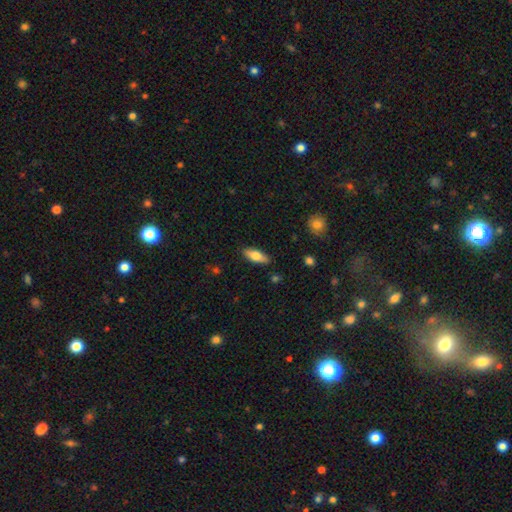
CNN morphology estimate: A smooth galaxy with no disk features (69%) that is in between round and cigar-shaped (71%).

Vote fractions:
- Smooth or featured? smooth: 69% / featured or disk: 25% / star or artifact: 6%
- How rounded? in between: 71% / cigar-shaped: 26% / round: 2%
- Merging? none: 87% / minor disturbance: 10% / major disturbance: 2% / merger: 1%